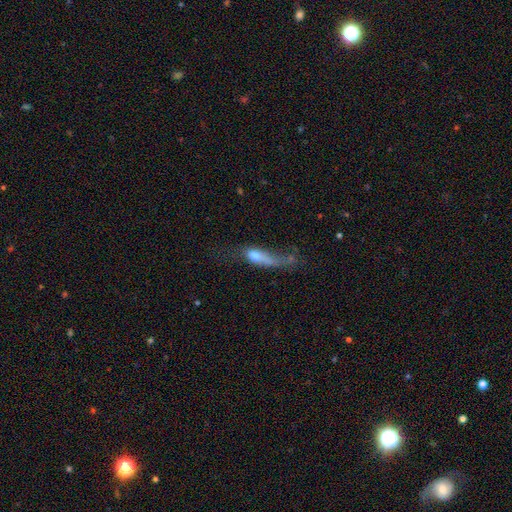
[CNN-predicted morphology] Smooth or featured? Predicted: smooth (p=0.54). How rounded? Predicted: in between (p=0.47). Merging? Predicted: major disturbance (p=0.51).